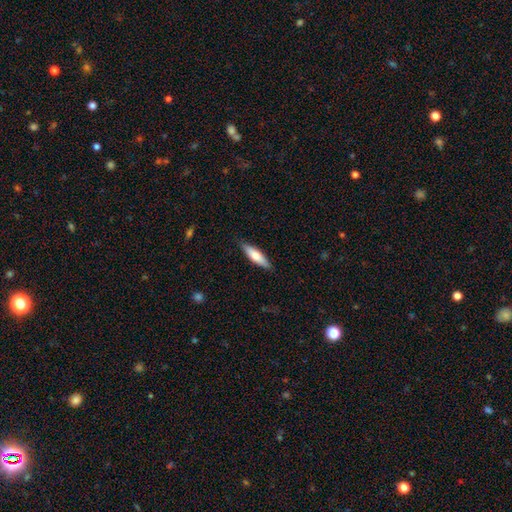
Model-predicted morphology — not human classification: smooth 66%, featured or disk 28%, star or artifact 5%. Down the decision tree: how rounded — cigar-shaped (60%); merging — none (87%).